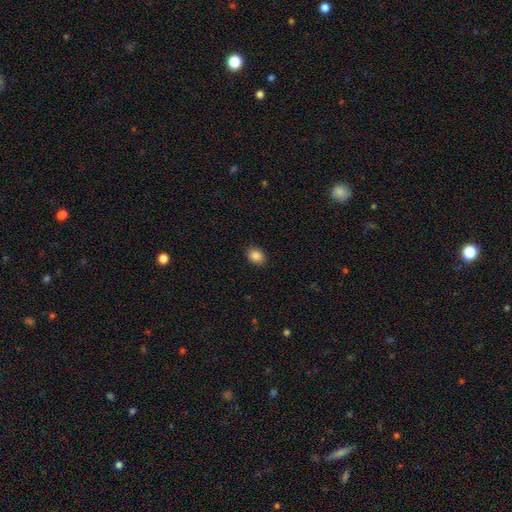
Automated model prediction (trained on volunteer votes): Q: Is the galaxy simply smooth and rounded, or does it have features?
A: smooth — 87%.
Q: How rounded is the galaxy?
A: in between — 67%.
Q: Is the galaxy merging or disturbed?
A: none — 89%.